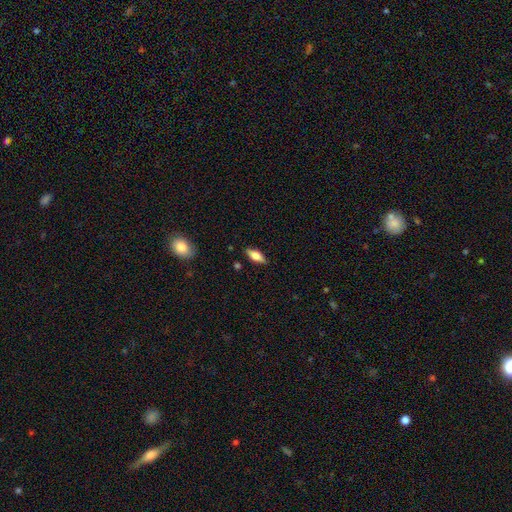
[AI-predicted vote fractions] Overall: smooth (61%; featured or disk 32%). How rounded: in between (72%). Merging: none (86%).